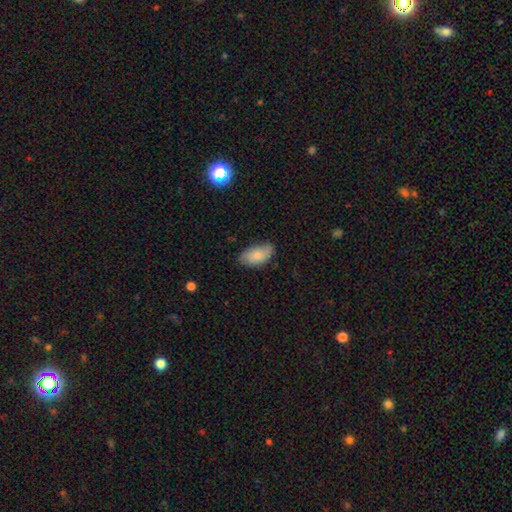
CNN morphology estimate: type=smooth (78%); roundness=in between (94%); merging=none (72%).